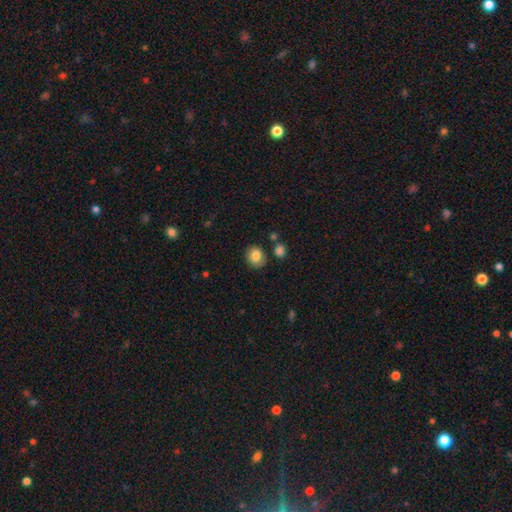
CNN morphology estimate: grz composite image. It shows a smooth galaxy with no disk features (83%) that is round (70%). Merging: none (81%).